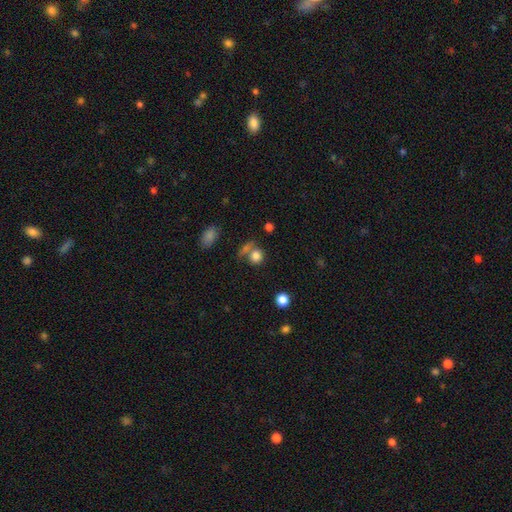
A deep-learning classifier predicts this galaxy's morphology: smooth-or-featured: smooth: 81% | star or artifact: 12% | featured or disk: 8%
  how-rounded: round: 80% | in between: 19% | cigar-shaped: 1%
  merging: none: 53% | merger: 29% | minor disturbance: 12% | major disturbance: 7%